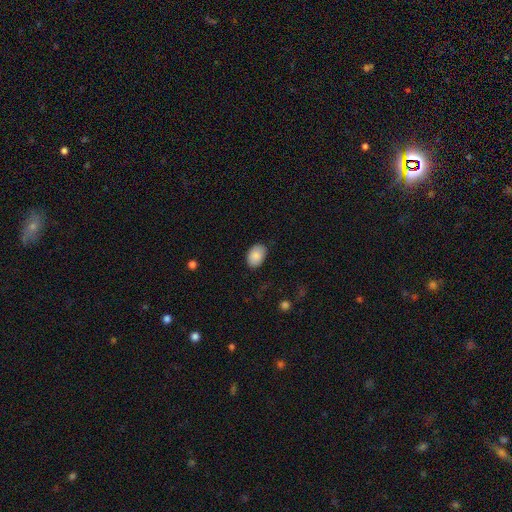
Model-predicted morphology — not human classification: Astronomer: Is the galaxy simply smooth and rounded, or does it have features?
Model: smooth — 88%.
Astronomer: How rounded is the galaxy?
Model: in between — 85%.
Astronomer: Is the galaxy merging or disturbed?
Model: none — 85%.